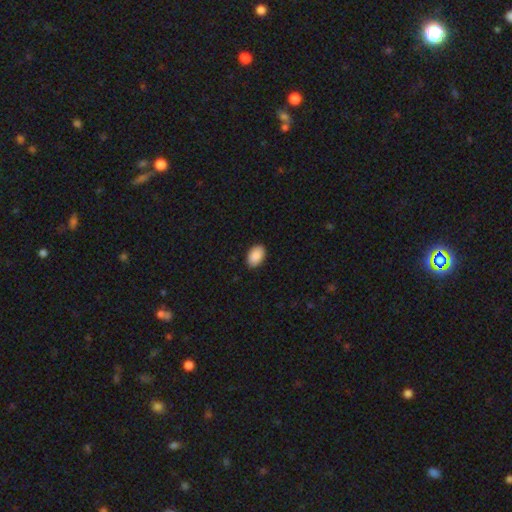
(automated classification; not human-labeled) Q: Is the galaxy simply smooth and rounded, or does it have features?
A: smooth — 91%.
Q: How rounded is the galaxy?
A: in between — 92%.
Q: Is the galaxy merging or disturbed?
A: none — 90%.